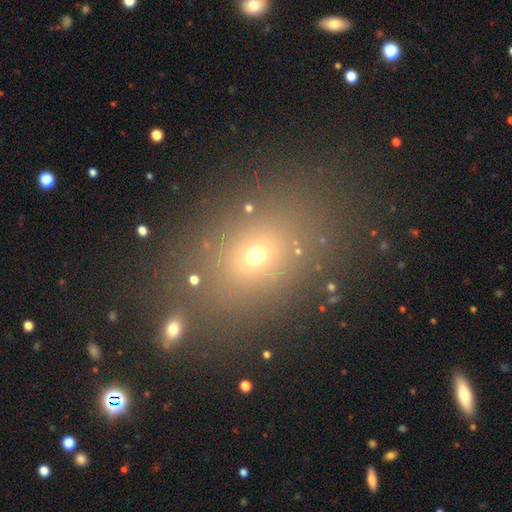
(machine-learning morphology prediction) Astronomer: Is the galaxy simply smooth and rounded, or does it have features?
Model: smooth — 60%.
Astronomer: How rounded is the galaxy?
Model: in between — 62%.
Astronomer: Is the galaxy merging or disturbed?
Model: none — 80%.